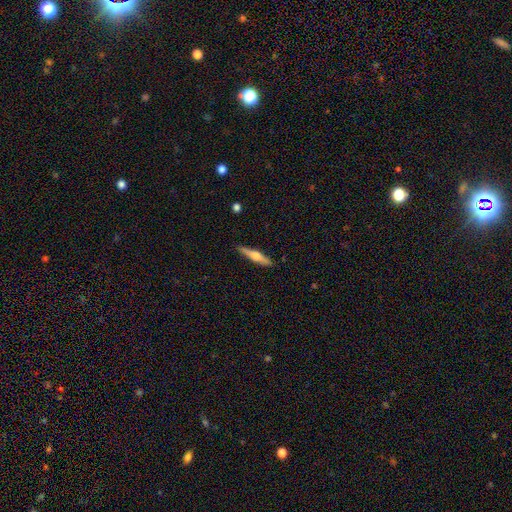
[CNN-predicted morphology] A featured or disk galaxy (54%) viewed edge-on (97%) with a rounded central bulge (87%).

Vote fractions:
- Smooth or featured? featured or disk: 54% / smooth: 40% / star or artifact: 6%
- Edge-on disk? yes: 97% / no: 3%
- Edge-on bulge? rounded: 87% / boxy: 8% / none: 5%
- Merging? none: 89% / minor disturbance: 8% / major disturbance: 2% / merger: 1%